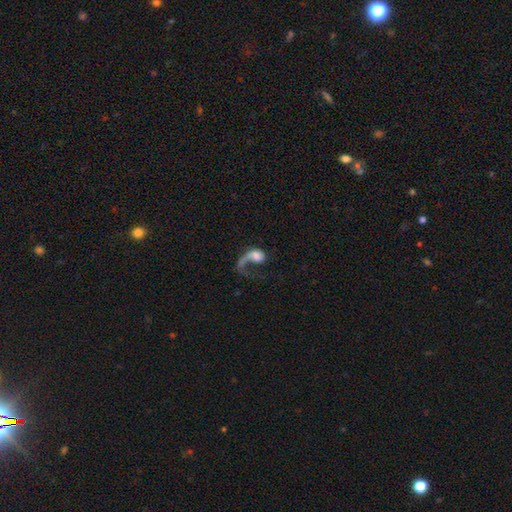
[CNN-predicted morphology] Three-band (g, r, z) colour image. It shows a featured or disk galaxy (54%) with no bar (76%), spiral arms (76%) and a moderate central bulge (32%). Merging: major disturbance (61%).